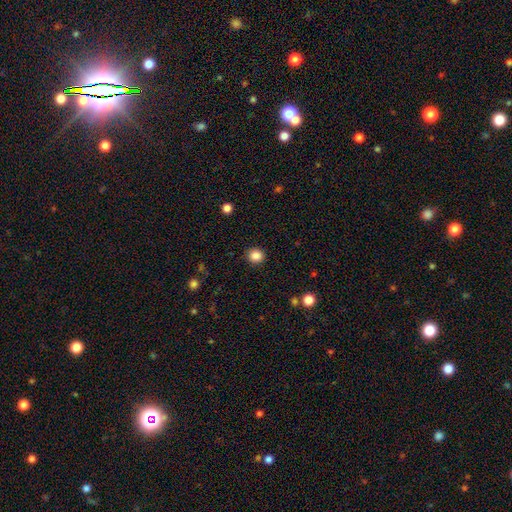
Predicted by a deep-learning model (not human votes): smooth_or_featured: smooth (p=0.86) [alt: star or artifact p=0.10]
how_rounded: round (p=0.83) [alt: in between p=0.16]
merging: none (p=0.91) [alt: minor disturbance p=0.06]